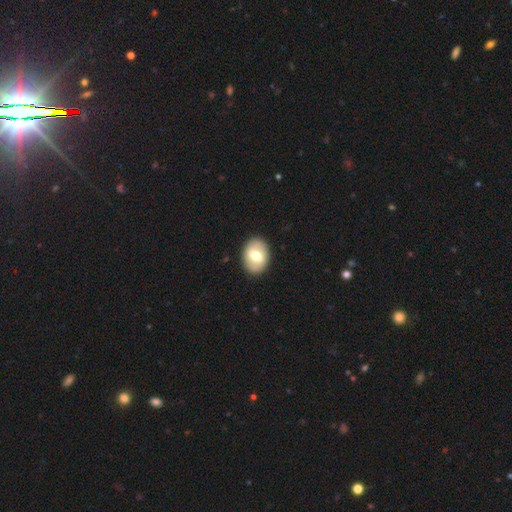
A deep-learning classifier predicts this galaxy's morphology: The model was most divided on "smooth or featured": smooth: 56%, featured or disk: 38%, star or artifact: 6%. More confident: merging — none (88%); how rounded — in between (67%).